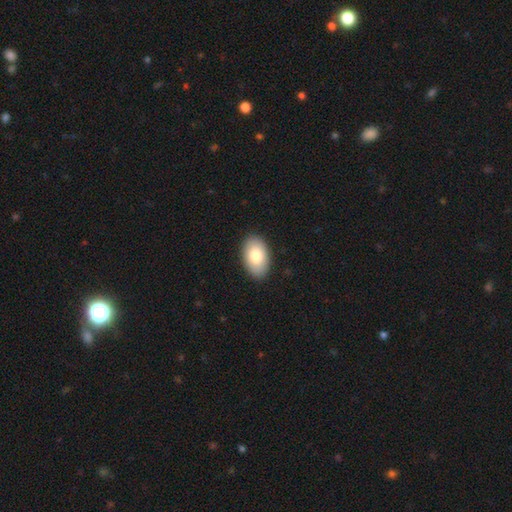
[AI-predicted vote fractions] Overall: smooth (82%). How rounded: in between (94%). Merging: none (89%).